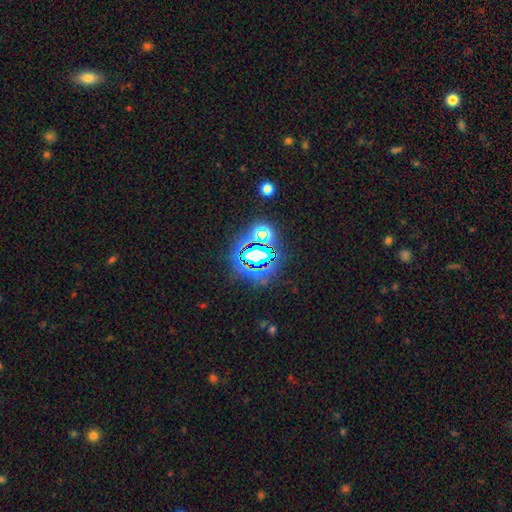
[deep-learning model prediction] Smooth or featured?
  - star or artifact: 72% *
  - smooth: 16%
  - featured or disk: 12%